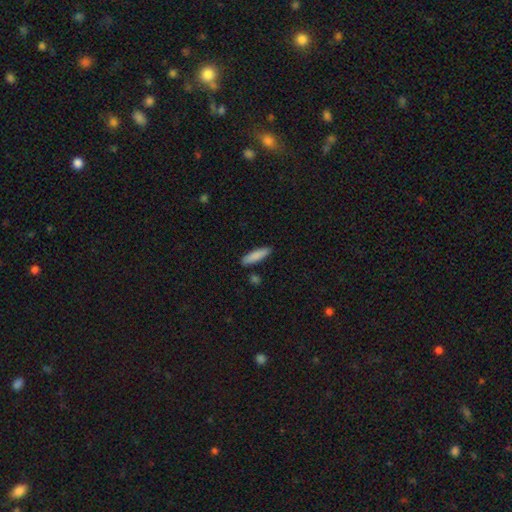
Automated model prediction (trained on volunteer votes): smooth 86%, featured or disk 8%, star or artifact 6%. Down the decision tree: how rounded — cigar-shaped (70%); merging — none (86%).